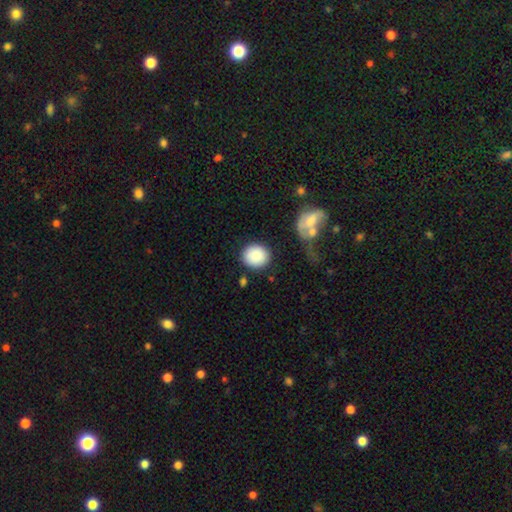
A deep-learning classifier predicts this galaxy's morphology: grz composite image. It shows a smooth galaxy with no disk features (89%) that is round (82%). Merging: none (83%).